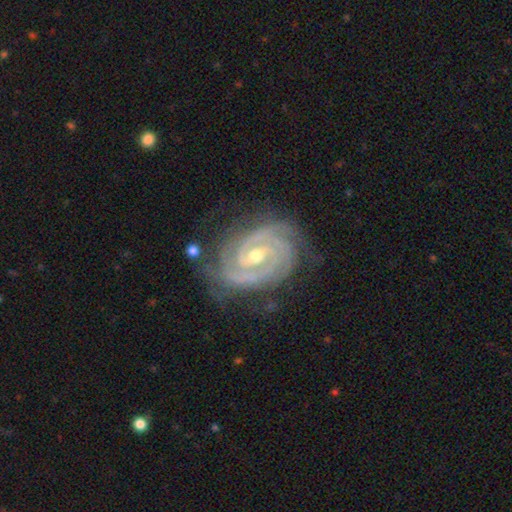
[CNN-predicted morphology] featured or disk 93%, star or artifact 5%, smooth 3%. Down the decision tree: edge-on disk — no (97%); bar — weak (46%); spiral arms — yes (99%); spiral arm count — 2 (36%); spiral winding — tight (81%); bulge size — moderate (54%); merging — none (77%).